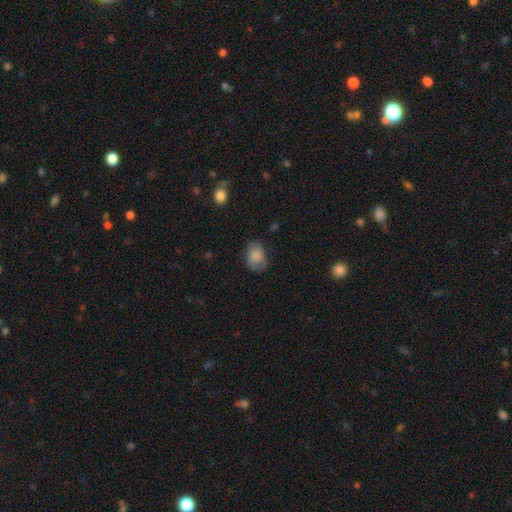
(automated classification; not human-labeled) A smooth galaxy with no disk features (79%) that is in between round and cigar-shaped (68%). Merging: none (66%).